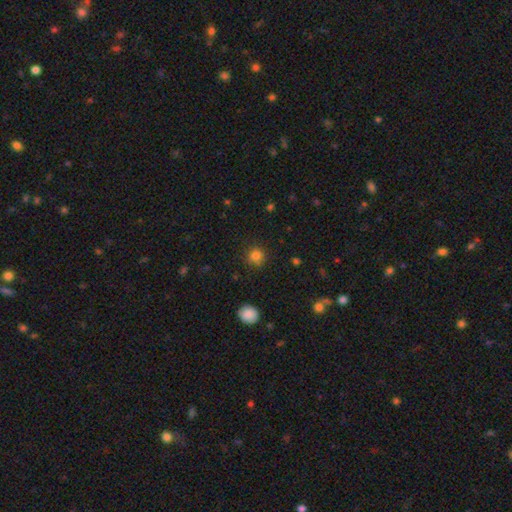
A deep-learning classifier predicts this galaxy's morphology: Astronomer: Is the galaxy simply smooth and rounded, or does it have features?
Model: smooth — 82%.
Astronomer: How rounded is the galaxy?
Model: round — 91%.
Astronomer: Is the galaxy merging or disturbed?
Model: none — 85%.